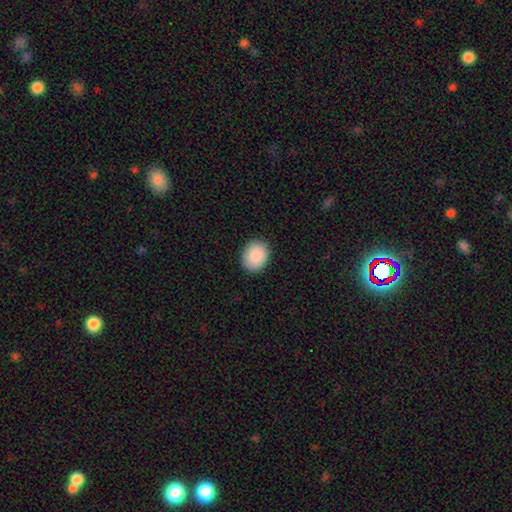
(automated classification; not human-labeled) smooth 90%, star or artifact 7%, featured or disk 4%. Down the decision tree: how rounded — round (51%); merging — none (90%).